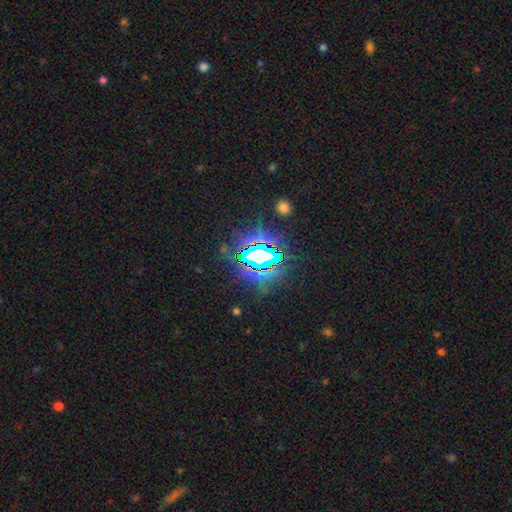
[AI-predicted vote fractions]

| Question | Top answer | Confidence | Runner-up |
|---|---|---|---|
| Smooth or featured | star or artifact | 79% | smooth (12%) |